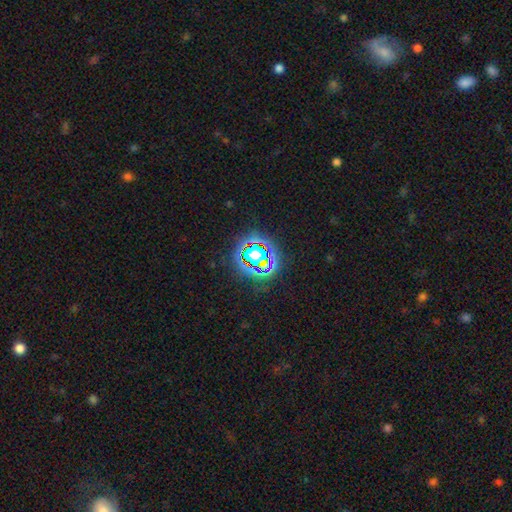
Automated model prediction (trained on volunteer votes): Smooth or featured? Predicted: star or artifact (p=0.66).